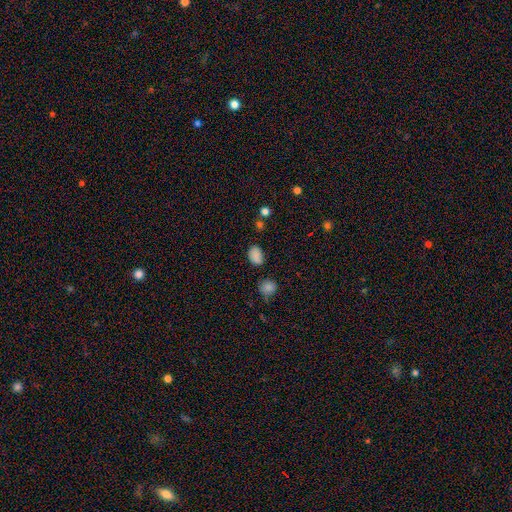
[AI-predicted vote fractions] smooth_or_featured: smooth (p=0.82) [alt: star or artifact p=0.13]
how_rounded: in between (p=0.79) [alt: round p=0.19]
merging: none (p=0.75) [alt: minor disturbance p=0.18]